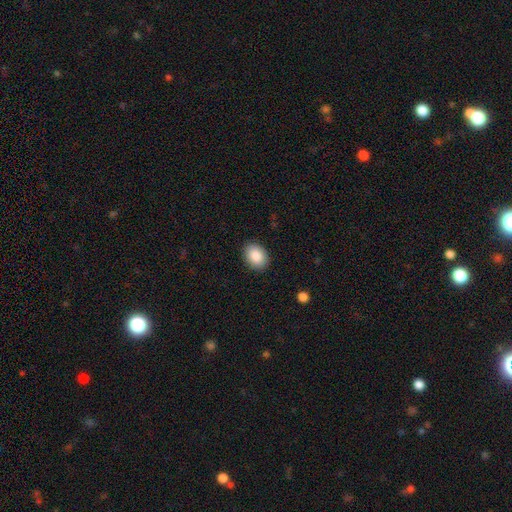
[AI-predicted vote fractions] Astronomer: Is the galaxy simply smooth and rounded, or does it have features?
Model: smooth — 88%.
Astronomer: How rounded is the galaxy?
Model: in between — 71%.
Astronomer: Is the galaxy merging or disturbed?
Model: none — 89%.